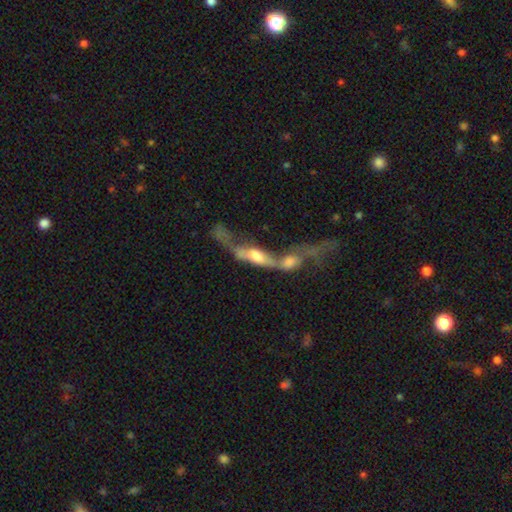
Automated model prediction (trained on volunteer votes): Smooth or featured: featured or disk — 53% (smooth — 37%)
Edge-on disk: no — 68% (yes — 32%)
Merging: merger — 77% (major disturbance — 11%)